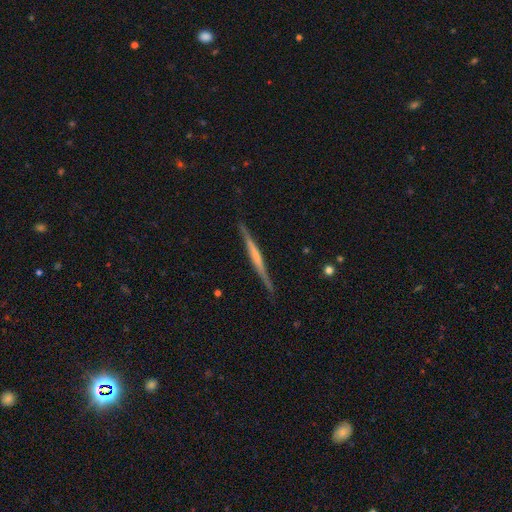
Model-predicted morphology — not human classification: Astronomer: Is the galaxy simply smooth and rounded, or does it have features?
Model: featured or disk — 65%.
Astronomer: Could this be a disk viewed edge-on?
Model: yes — 98%.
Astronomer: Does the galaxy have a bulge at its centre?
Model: none — 63%.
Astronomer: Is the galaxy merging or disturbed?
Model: none — 88%.